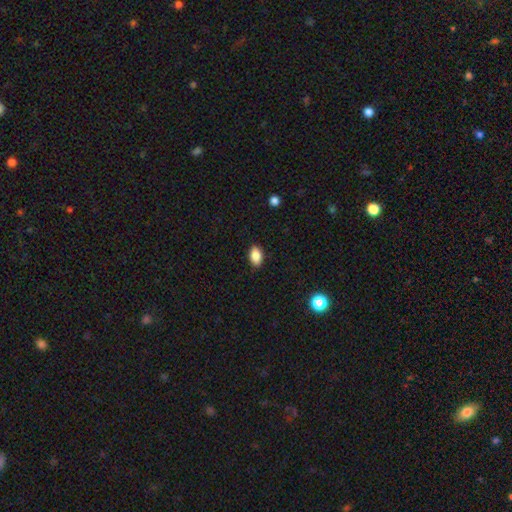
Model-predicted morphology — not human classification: A smooth galaxy with no disk features (86%) that is in between round and cigar-shaped (89%).

Vote fractions:
- Smooth or featured? smooth: 86% / star or artifact: 8% / featured or disk: 6%
- How rounded? in between: 89% / round: 8% / cigar-shaped: 2%
- Merging? none: 88% / minor disturbance: 9% / major disturbance: 2% / merger: 1%